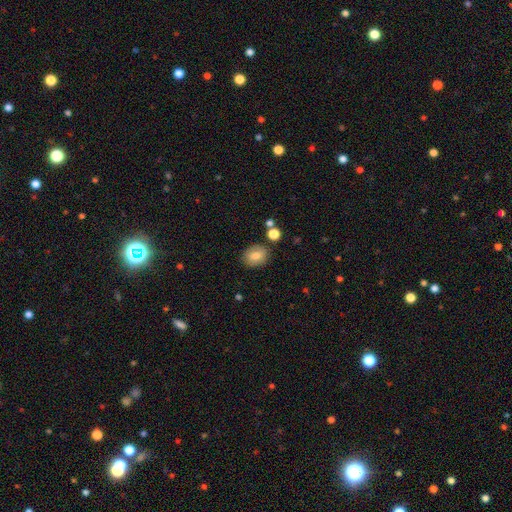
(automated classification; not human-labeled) A smooth galaxy with no disk features (78%) that is in between round and cigar-shaped (57%).

Vote fractions:
- Smooth or featured? smooth: 78% / featured or disk: 13% / star or artifact: 9%
- How rounded? in between: 57% / round: 41% / cigar-shaped: 1%
- Merging? none: 80% / minor disturbance: 13% / merger: 4% / major disturbance: 3%